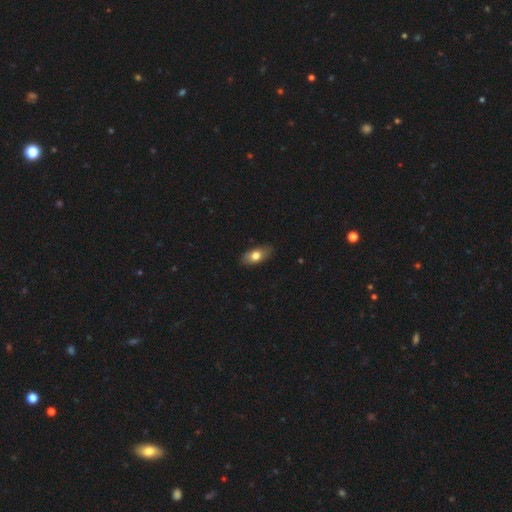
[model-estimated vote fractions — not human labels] smooth-or-featured: smooth: 72% | featured or disk: 22% | star or artifact: 7%
  how-rounded: in between: 85% | cigar-shaped: 9% | round: 6%
  merging: none: 84% | minor disturbance: 12% | major disturbance: 2% | merger: 1%